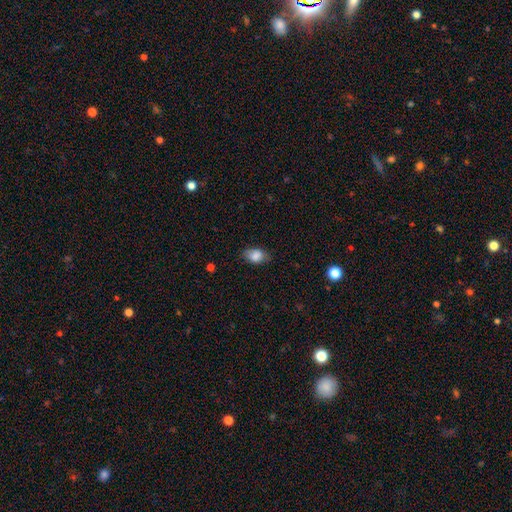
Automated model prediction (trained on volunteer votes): smooth-or-featured: smooth: 85% | featured or disk: 8% | star or artifact: 8%
  how-rounded: in between: 88% | round: 10% | cigar-shaped: 2%
  merging: none: 78% | minor disturbance: 17% | major disturbance: 4% | merger: 1%